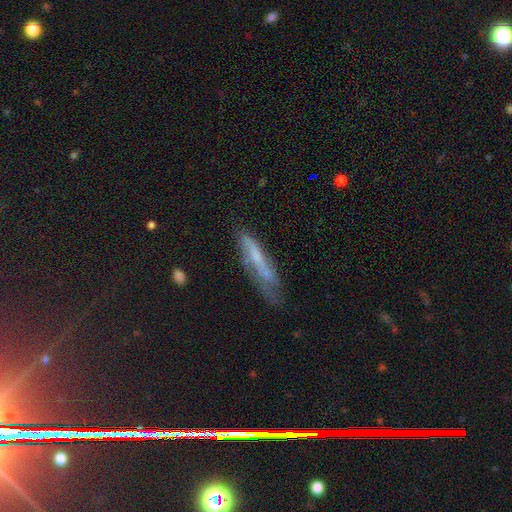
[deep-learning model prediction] Smooth or featured?
  - featured or disk: 51% *
  - smooth: 39%
  - star or artifact: 10%
Edge-on disk?
  - yes: 52% *
  - no: 48%
Merging?
  - none: 51% *
  - minor disturbance: 30%
  - major disturbance: 15%
  - merger: 4%